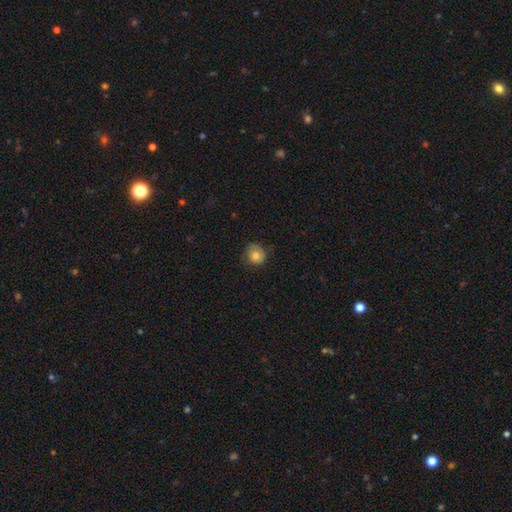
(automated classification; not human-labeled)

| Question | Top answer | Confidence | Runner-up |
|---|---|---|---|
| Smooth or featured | smooth | 79% | featured or disk (11%) |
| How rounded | round | 82% | in between (17%) |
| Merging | none | 70% | minor disturbance (23%) |